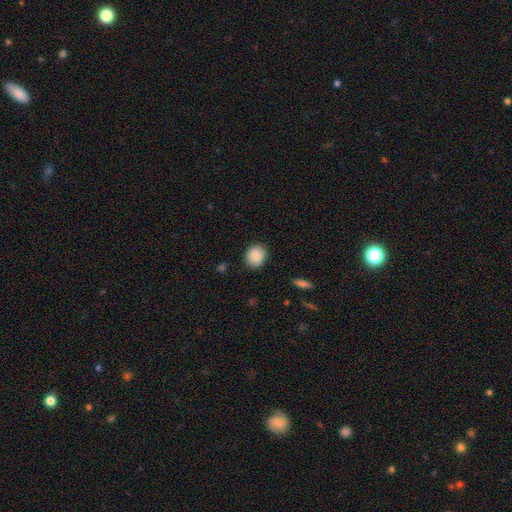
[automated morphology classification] Overall: smooth (85%). How rounded: round (65%; in between 34%). Merging: none (85%).